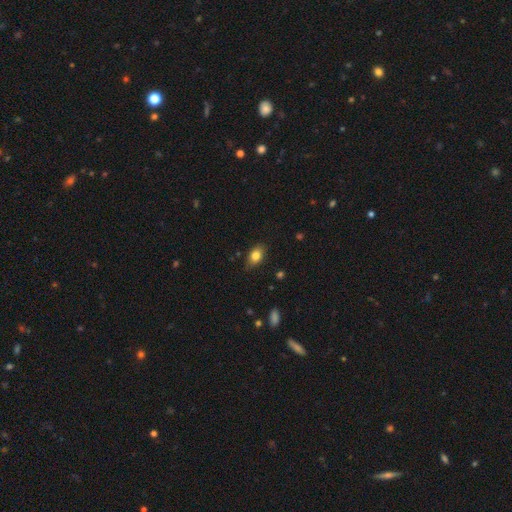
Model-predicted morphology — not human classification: Smooth or featured?
  - smooth: 82% *
  - featured or disk: 10%
  - star or artifact: 9%
How rounded?
  - in between: 80% *
  - round: 18%
  - cigar-shaped: 3%
Merging?
  - none: 79% *
  - minor disturbance: 17%
  - major disturbance: 3%
  - merger: 1%